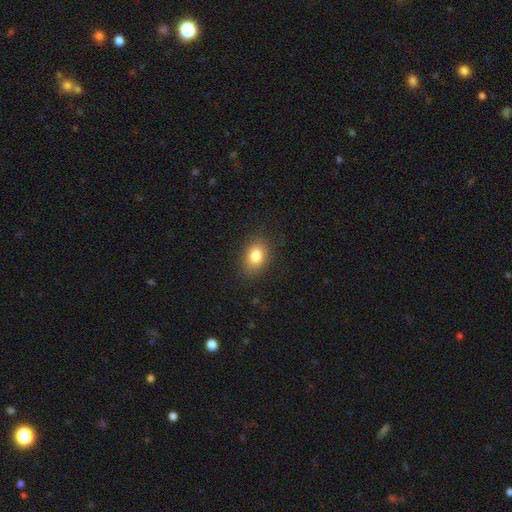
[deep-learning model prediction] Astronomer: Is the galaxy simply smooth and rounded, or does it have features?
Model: smooth — 82%.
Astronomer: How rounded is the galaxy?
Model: in between — 74%.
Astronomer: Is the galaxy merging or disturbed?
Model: none — 85%.